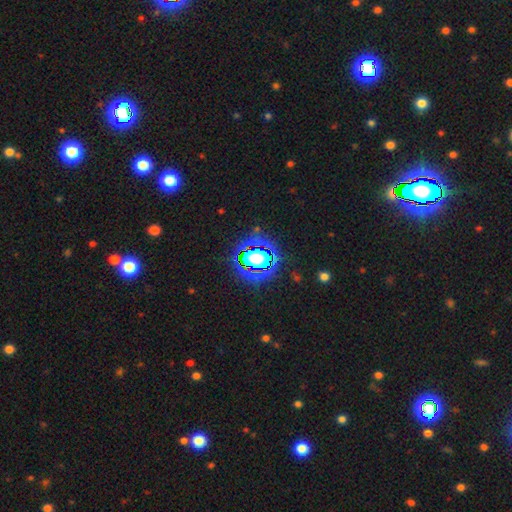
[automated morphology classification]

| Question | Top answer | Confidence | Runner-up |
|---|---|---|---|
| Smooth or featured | star or artifact | 82% | smooth (10%) |